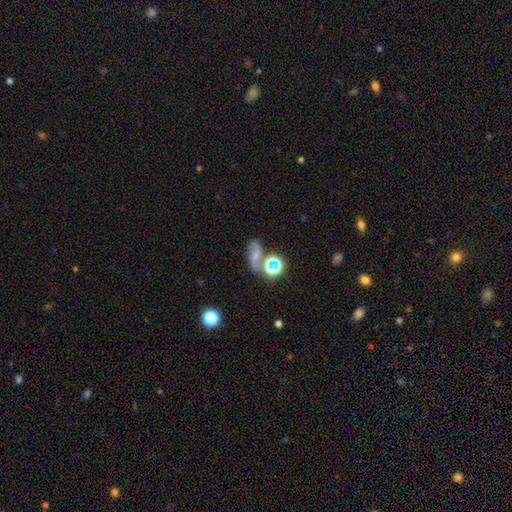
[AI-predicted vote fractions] The model was most divided on "smooth or featured": featured or disk: 47%, smooth: 32%, star or artifact: 21%. More confident: merging — none (51%).